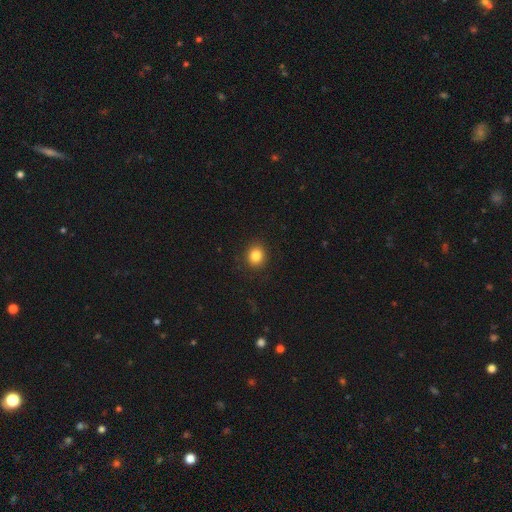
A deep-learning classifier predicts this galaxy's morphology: This appears to be a smooth galaxy with no disk features (84%) that is round (79%). Merging: none (90%).